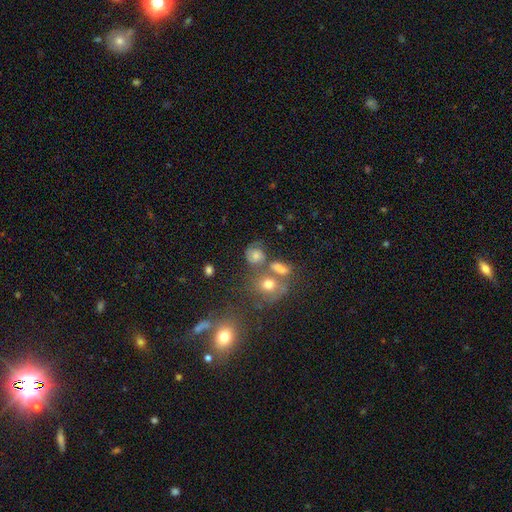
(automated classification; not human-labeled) Q: Smooth or featured?
A: smooth (55%); runner-up: featured or disk (30%)
Q: How rounded?
A: round (62%); runner-up: in between (36%)
Q: Merging?
A: none (43%); runner-up: merger (25%)